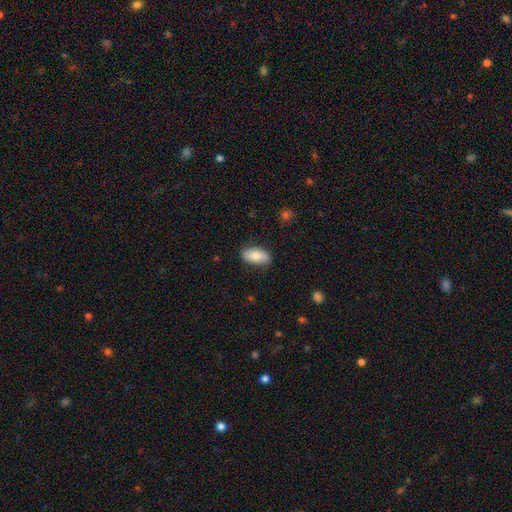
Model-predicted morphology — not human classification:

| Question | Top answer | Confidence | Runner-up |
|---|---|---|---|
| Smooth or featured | smooth | 75% | featured or disk (19%) |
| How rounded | in between | 92% | cigar-shaped (4%) |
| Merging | none | 81% | minor disturbance (15%) |